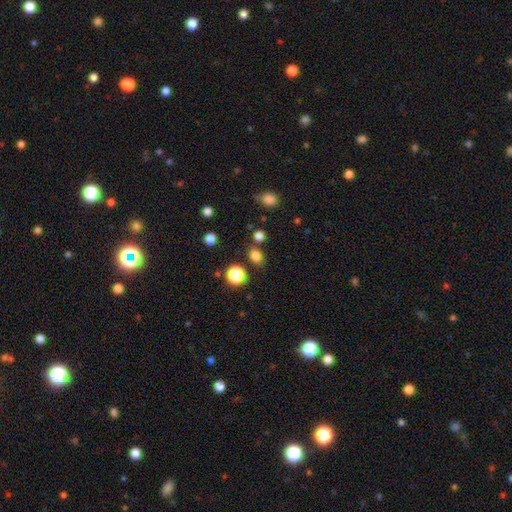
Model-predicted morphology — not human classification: smooth-or-featured: smooth: 79% | star or artifact: 16% | featured or disk: 4%
  how-rounded: round: 58% | in between: 41% | cigar-shaped: 1%
  merging: none: 79% | minor disturbance: 10% | merger: 8% | major disturbance: 4%